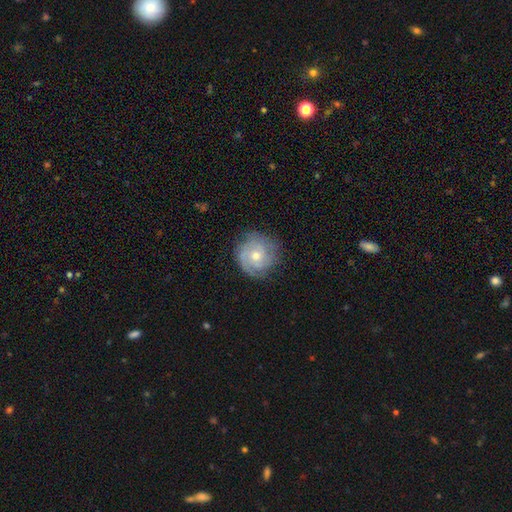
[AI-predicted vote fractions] Overall: featured or disk (80%). Edge-on disk: no (98%). Bar: no (72%). Spiral arms: yes (95%). Spiral arm count: 3 (33%; 2 28%). Spiral winding: tight (69%). Bulge size: moderate (58%; small 39%). Merging: none (81%).